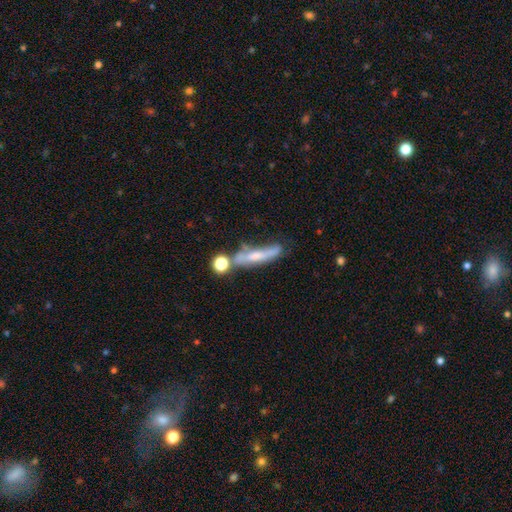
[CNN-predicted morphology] Smooth or featured?
  - featured or disk: 48% *
  - smooth: 41%
  - star or artifact: 11%
Merging?
  - none: 44% *
  - minor disturbance: 23%
  - merger: 19%
  - major disturbance: 15%